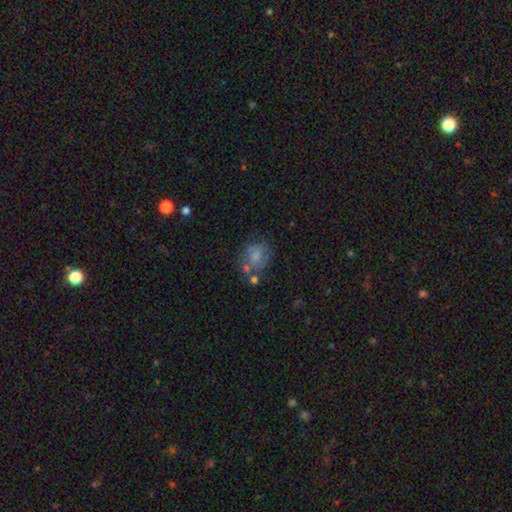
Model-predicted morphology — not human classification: Smooth or featured: smooth — 63% (featured or disk — 26%)
How rounded: round — 57% (in between — 42%)
Merging: none — 49% (minor disturbance — 23%)